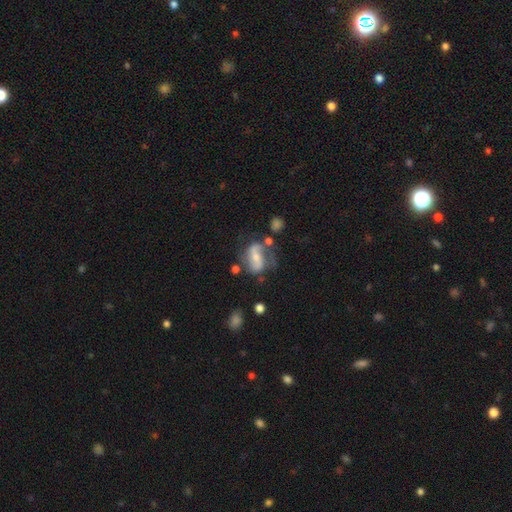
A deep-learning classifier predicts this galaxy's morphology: A featured or disk galaxy (66%) with a strong bar (42%), 2 (79%) loose (41%, tied with medium) spiral arms (81%) and a small central bulge (50%).

Vote fractions:
- Smooth or featured? featured or disk: 66% / smooth: 26% / star or artifact: 8%
- Edge-on disk? no: 95% / yes: 5%
- Bar? strong: 42% / weak: 31% / no: 27%
- Spiral arms? yes: 81% / no: 19%
- Spiral winding? loose: 41% (tied) / medium: 41% (tied) / tight: 18%
- Spiral arm count? 2: 79% / can't tell: 10% / 1: 7% / 3: 2% / 4: 1% / more than 4: 1%
- Bulge size? small: 50% / moderate: 39% / none: 5% / large: 4% / dominant: 1%
- Merging? none: 44% / minor disturbance: 23% / major disturbance: 22% / merger: 11%